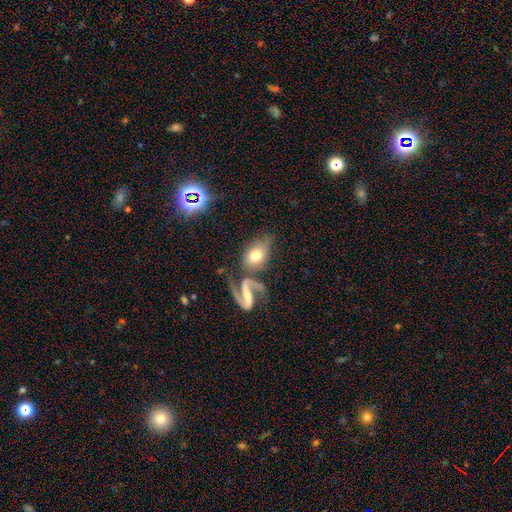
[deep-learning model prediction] Q: Smooth or featured?
A: smooth (55%); runner-up: featured or disk (37%)
Q: How rounded?
A: in between (72%); runner-up: round (26%)
Q: Merging?
A: none (44%); runner-up: merger (30%)